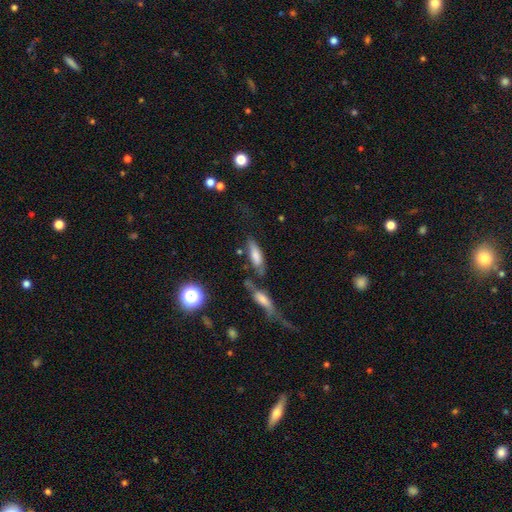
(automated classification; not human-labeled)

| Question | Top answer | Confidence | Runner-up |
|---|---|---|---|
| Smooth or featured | smooth | 67% | featured or disk (23%) |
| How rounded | in between | 54% | cigar-shaped (43%) |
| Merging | none | 41% | merger (30%) |